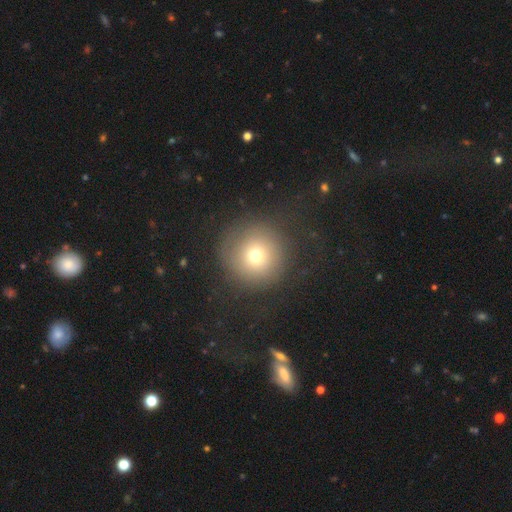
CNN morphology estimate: Smooth or featured: smooth — 68% (featured or disk — 17%)
How rounded: round — 95% (in between — 4%)
Merging: none — 75% (major disturbance — 12%)